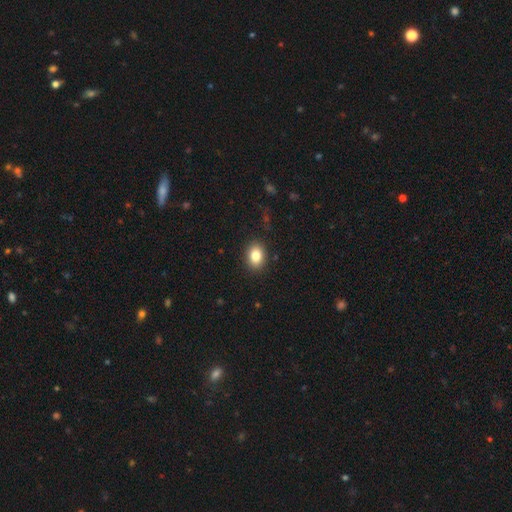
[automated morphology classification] This appears to be a smooth galaxy with no disk features (84%) that is in between round and cigar-shaped (69%). Merging: none (89%).